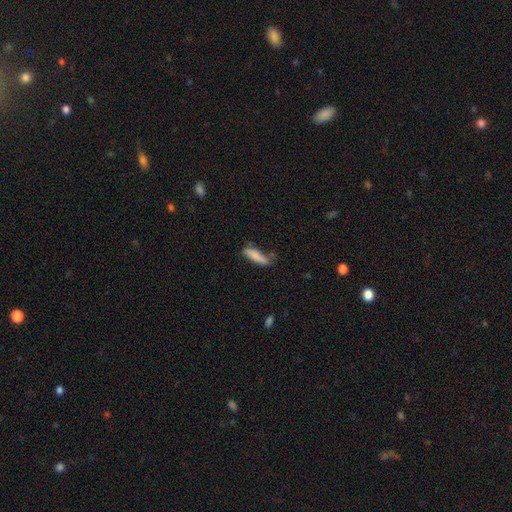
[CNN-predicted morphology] This appears to be a smooth galaxy with no disk features (81%) that is cigar-shaped (69%). Merging: none (59%).